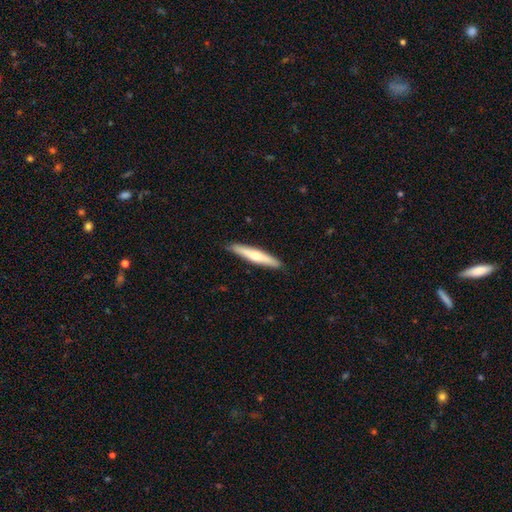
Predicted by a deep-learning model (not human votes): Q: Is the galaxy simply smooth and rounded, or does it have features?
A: smooth — 51%.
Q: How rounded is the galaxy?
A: cigar-shaped — 91%.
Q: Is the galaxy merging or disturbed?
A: none — 89%.